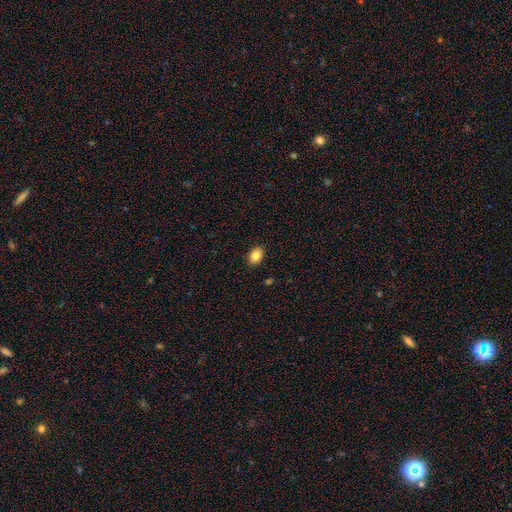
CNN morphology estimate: Smooth or featured?
  - smooth: 86% *
  - star or artifact: 9%
  - featured or disk: 6%
How rounded?
  - in between: 78% *
  - round: 21%
  - cigar-shaped: 1%
Merging?
  - none: 89% *
  - minor disturbance: 8%
  - major disturbance: 2%
  - merger: 1%